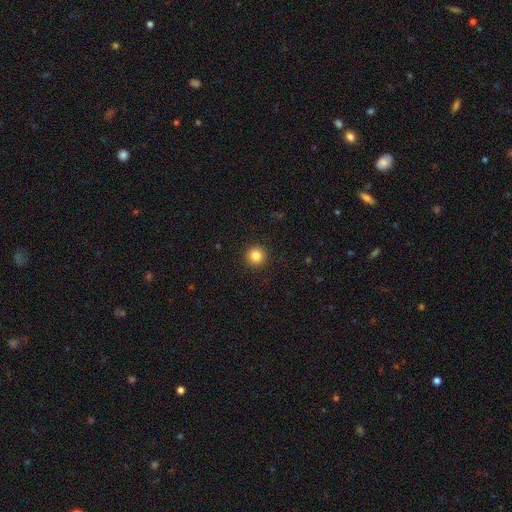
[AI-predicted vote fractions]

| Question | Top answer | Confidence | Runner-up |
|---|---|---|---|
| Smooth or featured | smooth | 84% | star or artifact (11%) |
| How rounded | round | 96% | in between (3%) |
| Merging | none | 93% | minor disturbance (4%) |